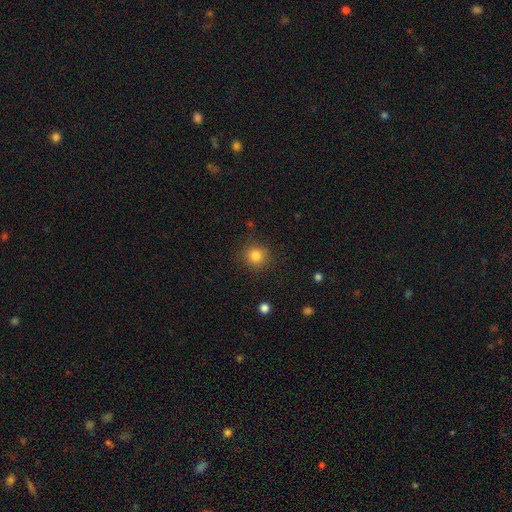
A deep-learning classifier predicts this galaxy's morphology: A smooth galaxy with no disk features (83%) that is round (91%). Merging: none (88%).